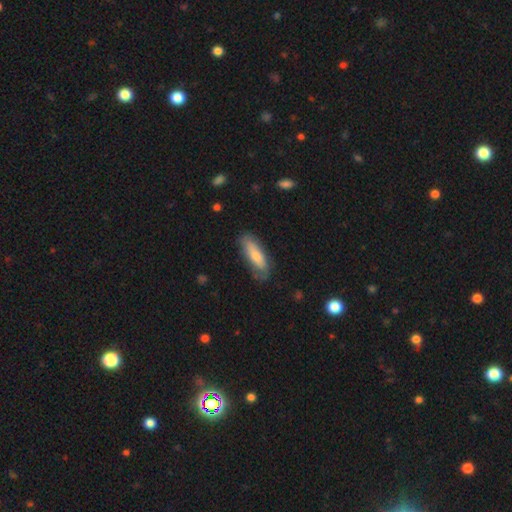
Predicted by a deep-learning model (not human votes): Smooth or featured? smooth (65%)
How rounded? in between (57%)
Merging? none (70%)